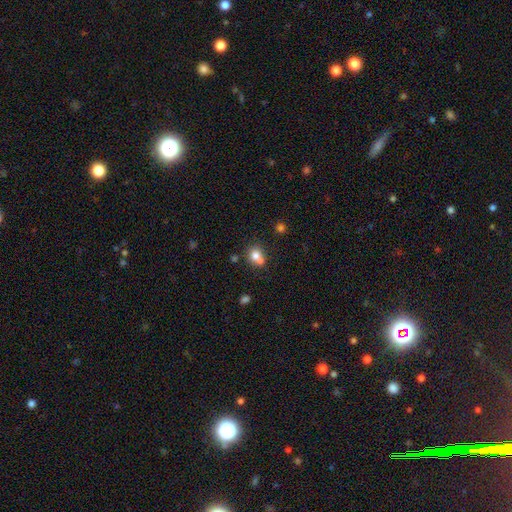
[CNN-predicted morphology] Smooth or featured: smooth — 77% (featured or disk — 12%)
How rounded: round — 72% (in between — 27%)
Merging: none — 46% (merger — 40%)